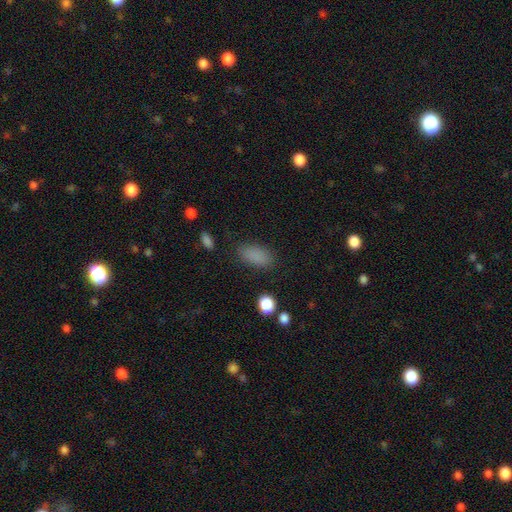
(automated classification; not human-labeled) A smooth galaxy with no disk features (85%) that is in between round and cigar-shaped (89%).

Vote fractions:
- Smooth or featured? smooth: 85% / star or artifact: 11% / featured or disk: 4%
- How rounded? in between: 89% / cigar-shaped: 6% / round: 5%
- Merging? none: 83% / minor disturbance: 11% / major disturbance: 4% / merger: 2%